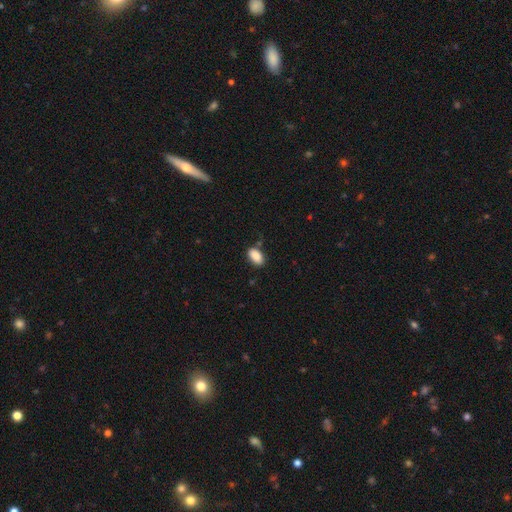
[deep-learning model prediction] Morphology: type=smooth (88%); roundness=in between (92%); merging=none (79%).